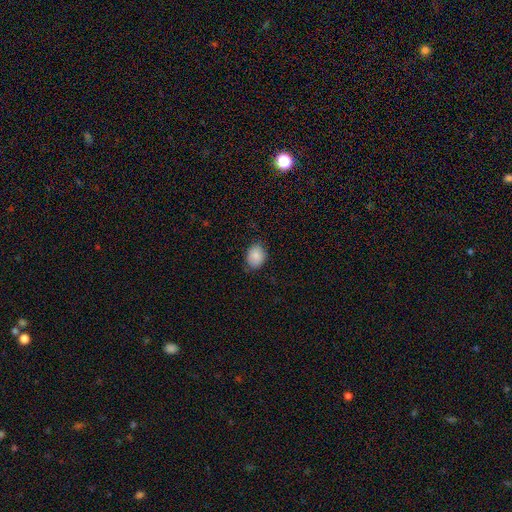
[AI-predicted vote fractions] Smooth or featured?
  - smooth: 87% *
  - star or artifact: 8%
  - featured or disk: 5%
How rounded?
  - in between: 63% *
  - round: 36%
  - cigar-shaped: 1%
Merging?
  - none: 77% *
  - minor disturbance: 18%
  - major disturbance: 3%
  - merger: 1%